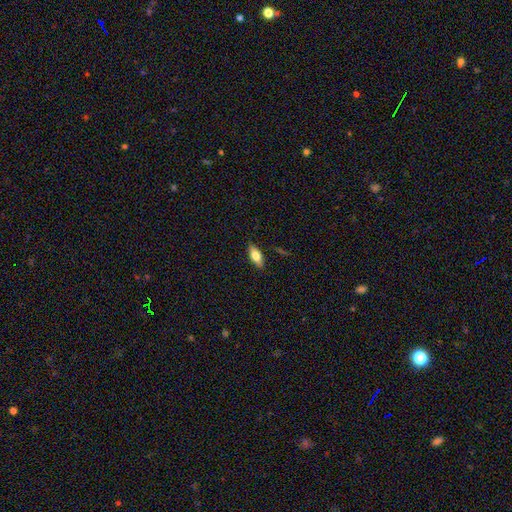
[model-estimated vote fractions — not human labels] Q: Smooth or featured?
A: smooth (69%); runner-up: featured or disk (24%)
Q: How rounded?
A: in between (79%); runner-up: cigar-shaped (18%)
Q: Merging?
A: none (85%); runner-up: minor disturbance (11%)